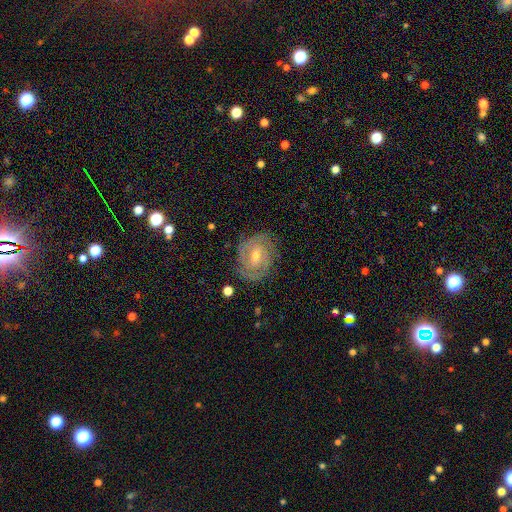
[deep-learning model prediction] featured or disk 83%, smooth 11%, star or artifact 6%. Down the decision tree: edge-on disk — no (97%); bar — weak (52%); spiral arms — yes (94%); spiral arm count — 2 (44%); spiral winding — tight (67%); bulge size — small (49%); merging — none (79%).